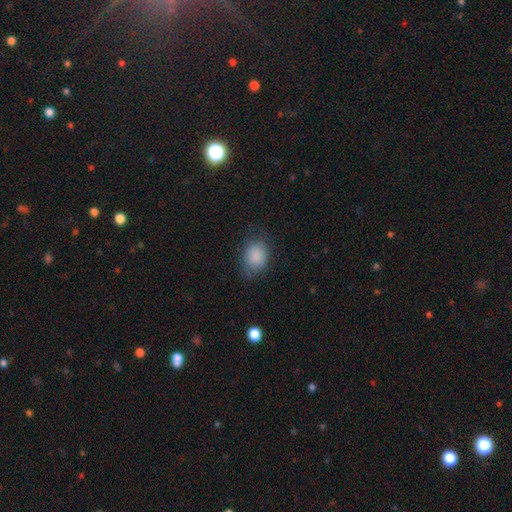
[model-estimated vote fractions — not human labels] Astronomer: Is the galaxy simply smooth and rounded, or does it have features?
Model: smooth — 86%.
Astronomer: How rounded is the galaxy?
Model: in between — 63%.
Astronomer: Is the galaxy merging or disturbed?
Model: none — 71%.